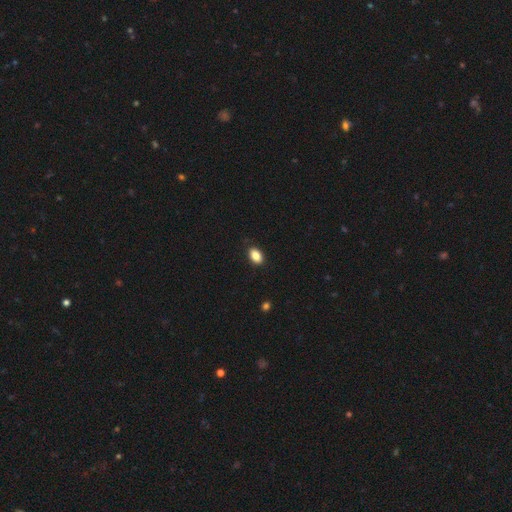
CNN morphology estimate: A smooth galaxy with no disk features (87%) that is in between round and cigar-shaped (88%). Merging: none (87%).